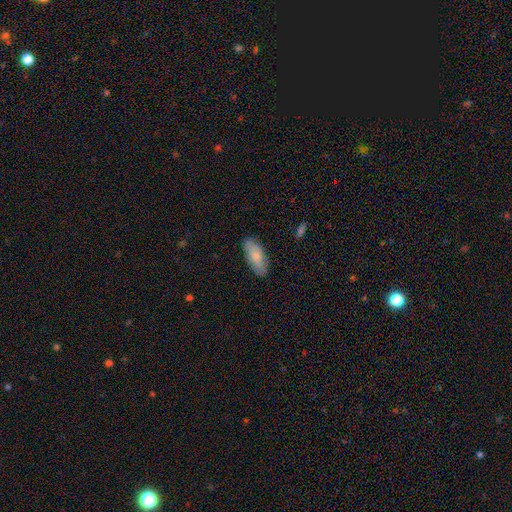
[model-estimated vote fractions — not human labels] Q: Smooth or featured?
A: smooth (78%); runner-up: featured or disk (16%)
Q: How rounded?
A: in between (83%); runner-up: cigar-shaped (15%)
Q: Merging?
A: none (83%); runner-up: minor disturbance (13%)